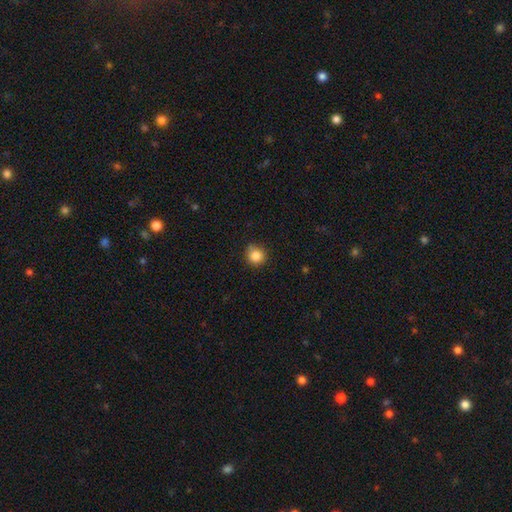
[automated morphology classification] smooth_or_featured: smooth (p=0.85) [alt: star or artifact p=0.11]
how_rounded: round (p=0.92) [alt: in between p=0.07]
merging: none (p=0.81) [alt: minor disturbance p=0.15]